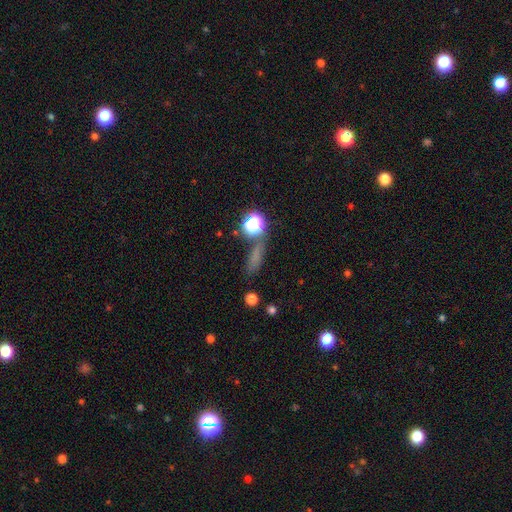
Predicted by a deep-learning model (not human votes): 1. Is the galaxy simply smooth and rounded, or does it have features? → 56% smooth, 32% star or artifact, 12% featured or disk.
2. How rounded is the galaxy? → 45% cigar-shaped, 36% in between, 19% round.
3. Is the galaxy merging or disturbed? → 64% none, 16% minor disturbance, 11% merger, 10% major disturbance.